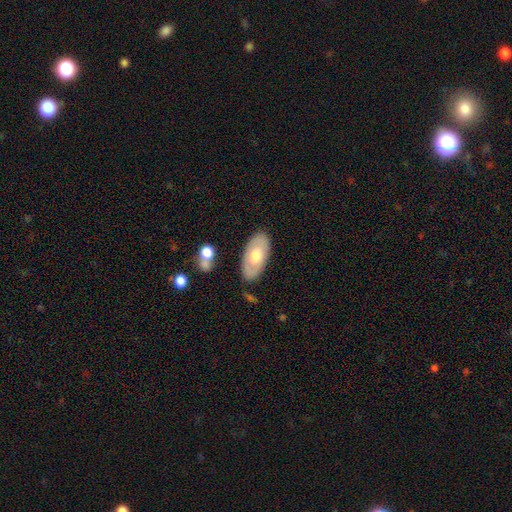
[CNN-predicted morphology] Smooth or featured? Predicted: smooth (p=0.52). How rounded? Predicted: in between (p=0.94). Merging? Predicted: none (p=0.82).